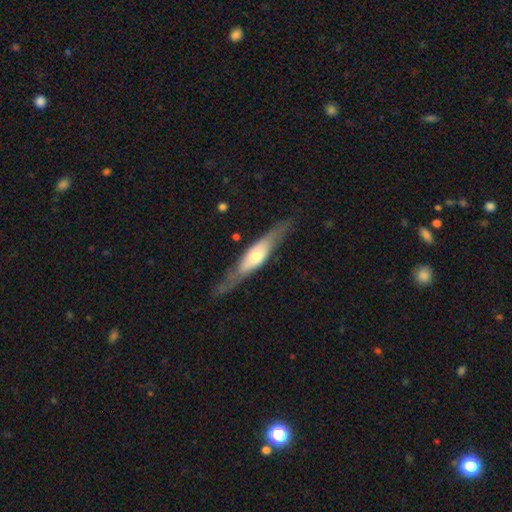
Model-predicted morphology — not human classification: Smooth or featured? Predicted: featured or disk (p=0.59). Edge-on disk? Predicted: yes (p=0.77). Merging? Predicted: none (p=0.71).